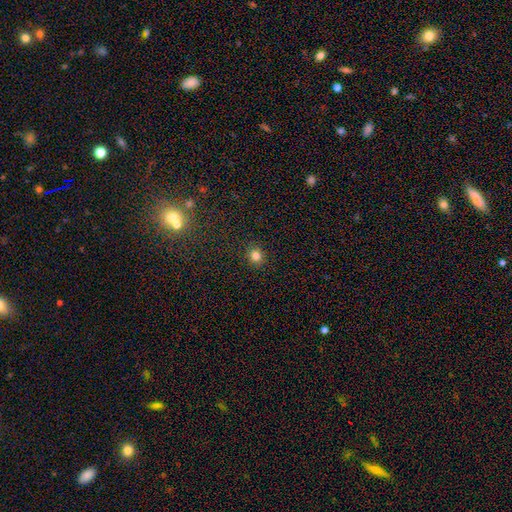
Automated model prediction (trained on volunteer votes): A smooth galaxy with no disk features (82%) that is round (78%).

Vote fractions:
- Smooth or featured? smooth: 82% / star or artifact: 13% / featured or disk: 5%
- How rounded? round: 78% / in between: 21% / cigar-shaped: 1%
- Merging? none: 91% / minor disturbance: 6% / major disturbance: 2% / merger: 1%